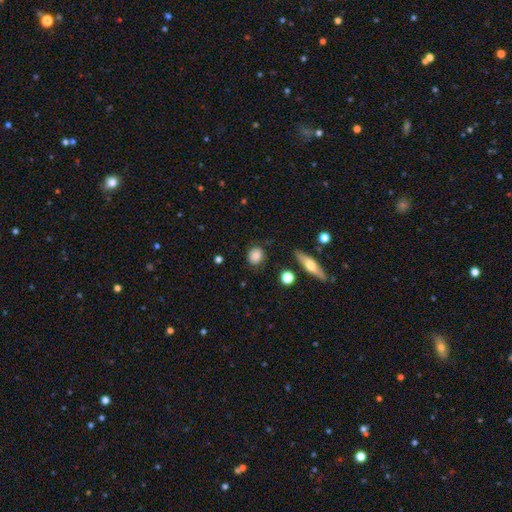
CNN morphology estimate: Smooth or featured: smooth — 83% (featured or disk — 9%)
How rounded: round — 68% (in between — 30%)
Merging: none — 80% (minor disturbance — 14%)